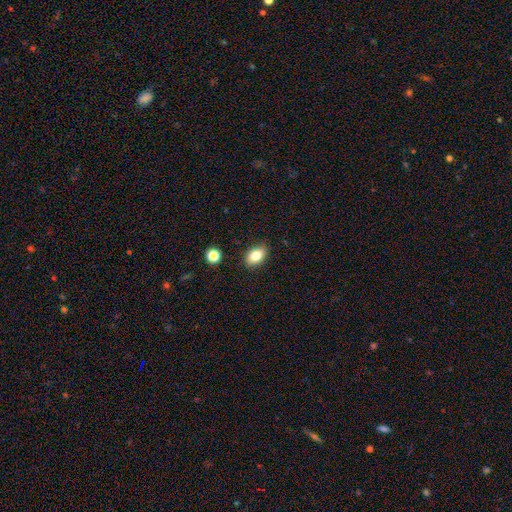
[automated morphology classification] Smooth or featured? Predicted: smooth (p=0.82). How rounded? Predicted: in between (p=0.86). Merging? Predicted: none (p=0.87).